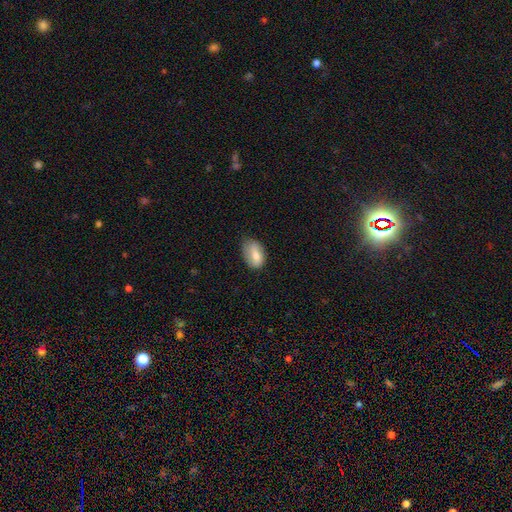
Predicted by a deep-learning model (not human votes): Morphology: type=smooth (69%); roundness=in between (88%); merging=none (59%).